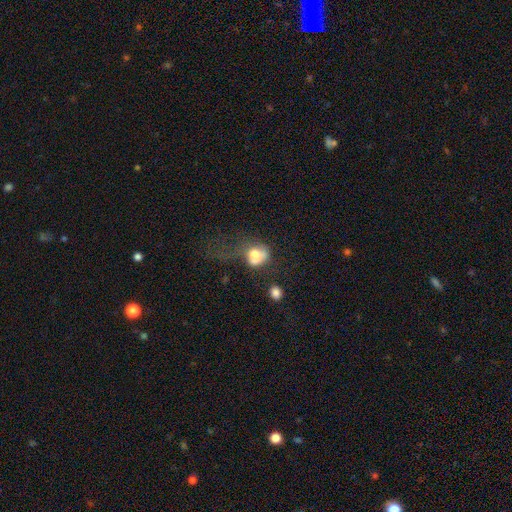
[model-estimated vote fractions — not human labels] Smooth or featured: smooth — 65% (featured or disk — 23%)
How rounded: in between — 52% (round — 47%)
Merging: major disturbance — 42% (merger — 22%)